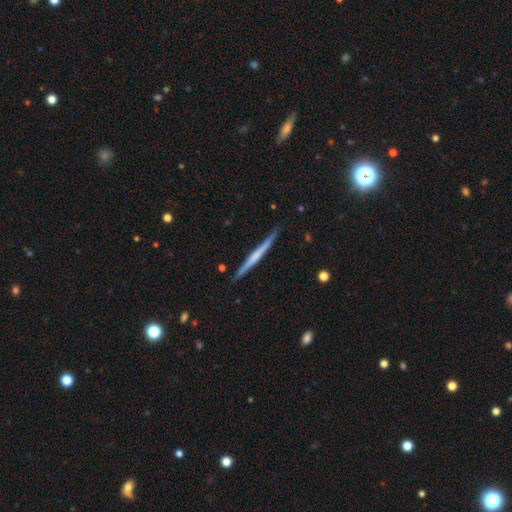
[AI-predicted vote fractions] smooth-or-featured: featured or disk: 56% | smooth: 39% | star or artifact: 5%
  disk-edge-on: yes: 98% | no: 2%
    edge-on-bulge: none: 70% | rounded: 19% | boxy: 11%
  merging: none: 89% | minor disturbance: 8% | major disturbance: 1% | merger: 1%